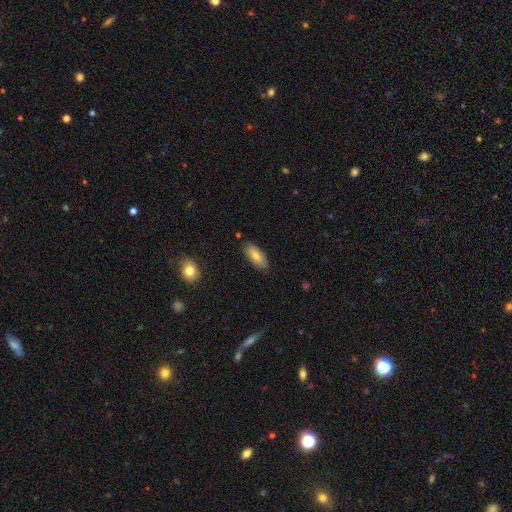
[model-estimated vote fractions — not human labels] Q: Smooth or featured?
A: smooth (75%); runner-up: featured or disk (18%)
Q: How rounded?
A: in between (85%); runner-up: cigar-shaped (13%)
Q: Merging?
A: none (86%); runner-up: minor disturbance (11%)